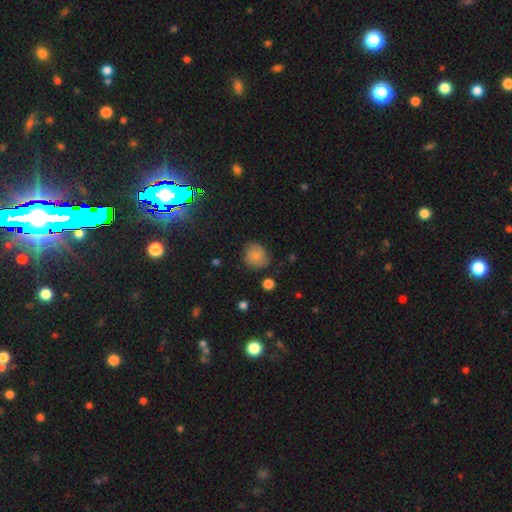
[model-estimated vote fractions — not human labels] Q: Smooth or featured?
A: smooth (77%); runner-up: featured or disk (13%)
Q: How rounded?
A: round (77%); runner-up: in between (22%)
Q: Merging?
A: none (69%); runner-up: minor disturbance (23%)